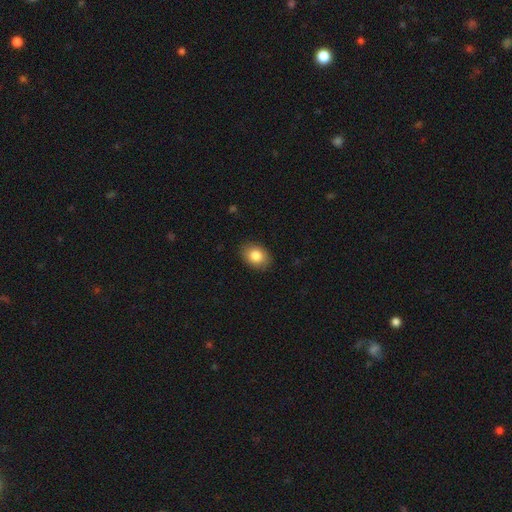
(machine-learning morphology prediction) Smooth or featured? smooth (84%)
How rounded? in between (75%)
Merging? none (88%)